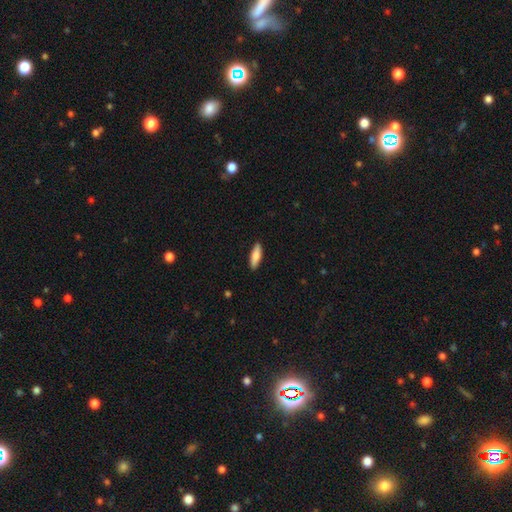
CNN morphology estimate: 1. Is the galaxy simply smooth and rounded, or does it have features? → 79% smooth, 15% featured or disk, 5% star or artifact.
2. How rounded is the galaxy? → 51% cigar-shaped, 48% in between, 2% round.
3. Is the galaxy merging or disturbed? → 90% none, 7% minor disturbance, 1% major disturbance, 1% merger.